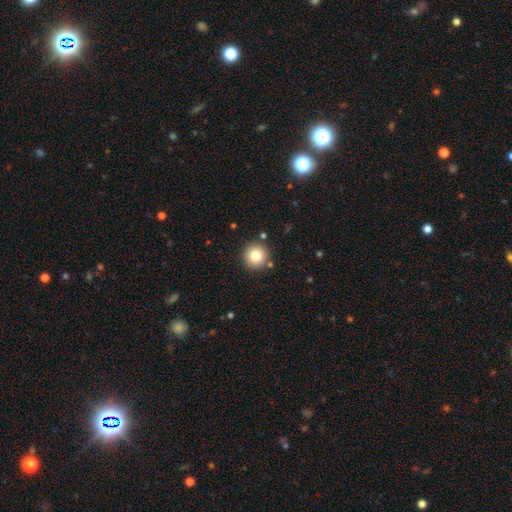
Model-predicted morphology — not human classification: smooth_or_featured: smooth (p=0.81) [alt: star or artifact p=0.11]
how_rounded: round (p=0.95) [alt: in between p=0.04]
merging: none (p=0.88) [alt: minor disturbance p=0.07]